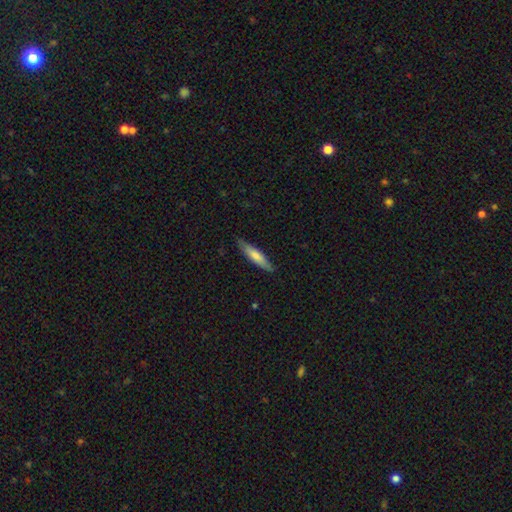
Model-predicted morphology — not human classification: A smooth galaxy with no disk features (68%) that is cigar-shaped (82%). Merging: none (85%).